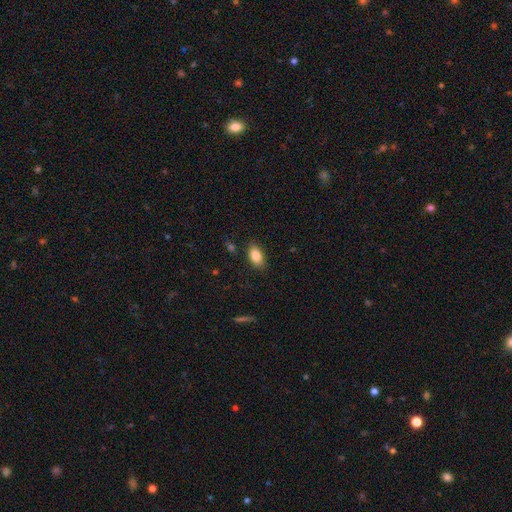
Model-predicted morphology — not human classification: smooth 85%, star or artifact 8%, featured or disk 7%. Down the decision tree: how rounded — in between (90%); merging — none (85%).